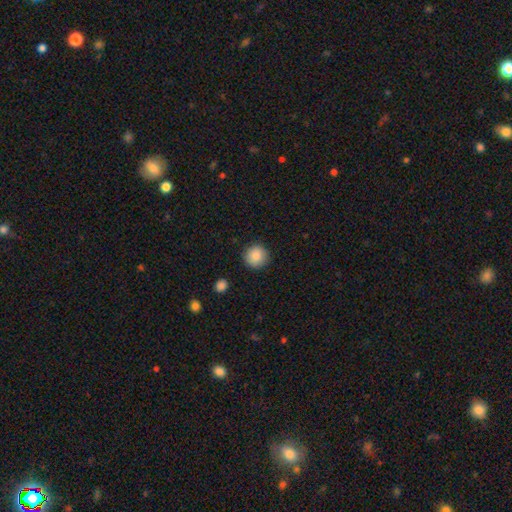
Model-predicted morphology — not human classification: smooth 87%, star or artifact 8%, featured or disk 5%. Down the decision tree: how rounded — round (94%); merging — none (91%).